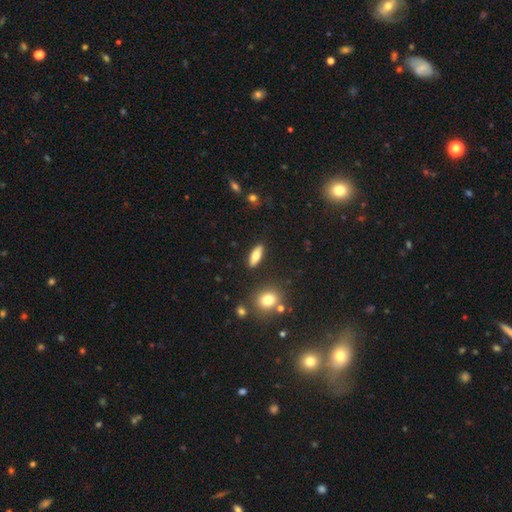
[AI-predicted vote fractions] Smooth or featured? Predicted: smooth (p=0.69). How rounded? Predicted: in between (p=0.63). Merging? Predicted: none (p=0.88).